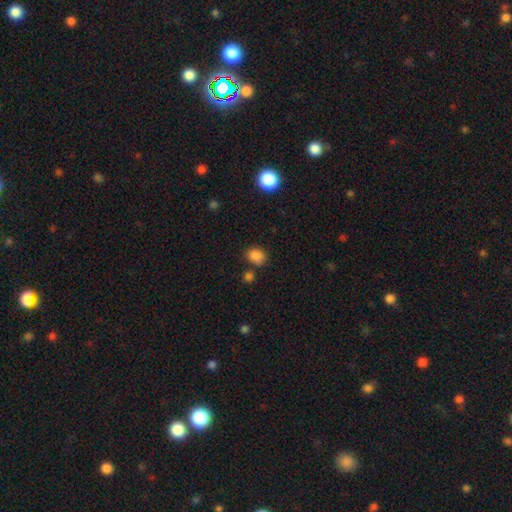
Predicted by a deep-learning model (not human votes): smooth_or_featured: smooth (p=0.85) [alt: star or artifact p=0.11]
how_rounded: in between (p=0.55) [alt: round p=0.44]
merging: none (p=0.69) [alt: minor disturbance p=0.16]